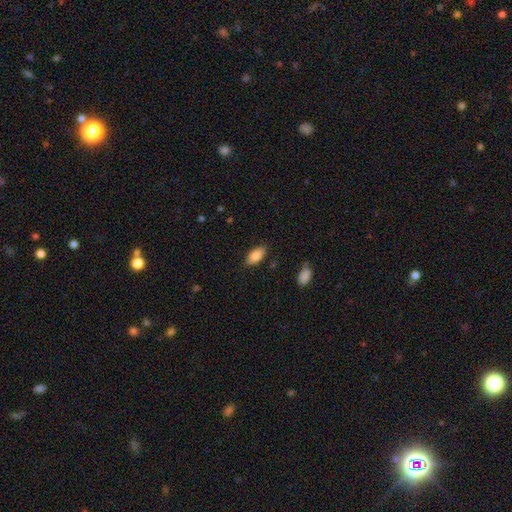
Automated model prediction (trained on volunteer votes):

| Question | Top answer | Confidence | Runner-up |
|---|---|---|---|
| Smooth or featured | smooth | 85% | featured or disk (8%) |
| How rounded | in between | 90% | cigar-shaped (8%) |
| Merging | none | 85% | minor disturbance (11%) |